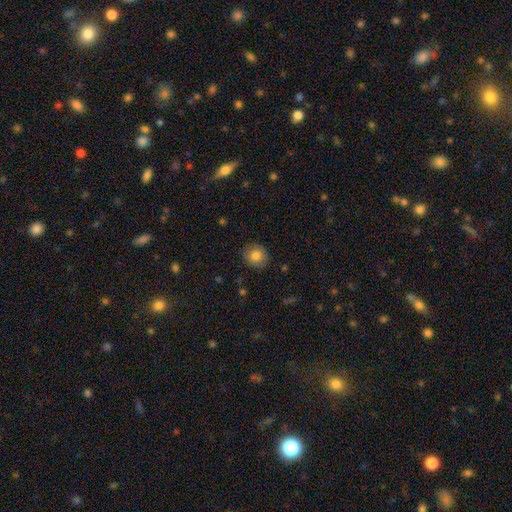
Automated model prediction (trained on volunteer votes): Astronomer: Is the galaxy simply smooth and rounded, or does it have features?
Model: smooth — 80%.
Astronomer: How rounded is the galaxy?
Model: round — 80%.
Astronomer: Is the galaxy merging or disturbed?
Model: none — 86%.